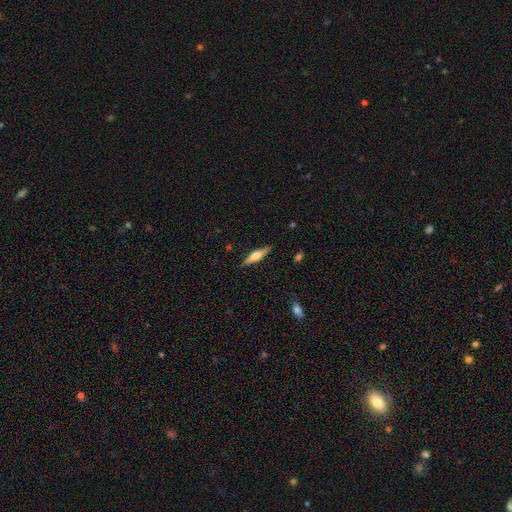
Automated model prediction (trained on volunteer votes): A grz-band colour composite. It shows a featured or disk galaxy (56%) viewed edge-on (96%) with a rounded central bulge (86%). Merging: none (89%).